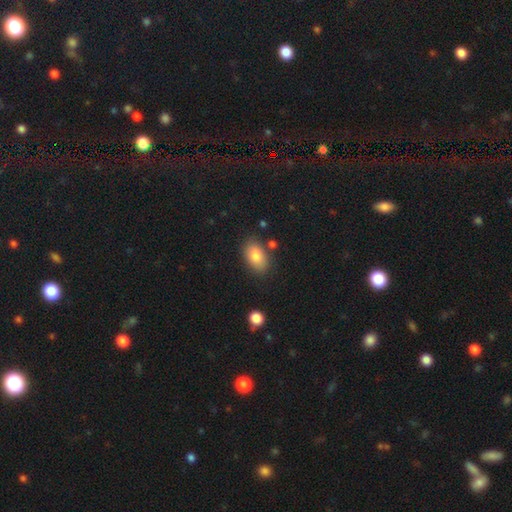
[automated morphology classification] Smooth or featured? Predicted: smooth (p=0.84). How rounded? Predicted: in between (p=0.91). Merging? Predicted: none (p=0.79).